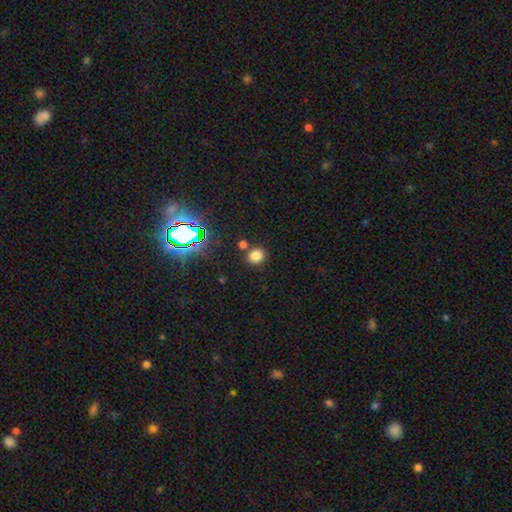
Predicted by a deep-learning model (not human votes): A smooth galaxy with no disk features (76%) that is round (73%).

Vote fractions:
- Smooth or featured? smooth: 76% / star or artifact: 19% / featured or disk: 6%
- How rounded? round: 73% / in between: 25% / cigar-shaped: 1%
- Merging? none: 78% / merger: 11% / minor disturbance: 8% / major disturbance: 3%